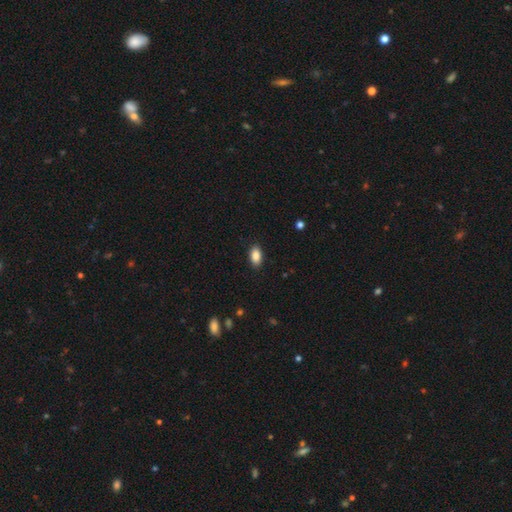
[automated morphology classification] This appears to be a smooth galaxy with no disk features (88%) that is in between round and cigar-shaped (92%). Merging: none (89%).